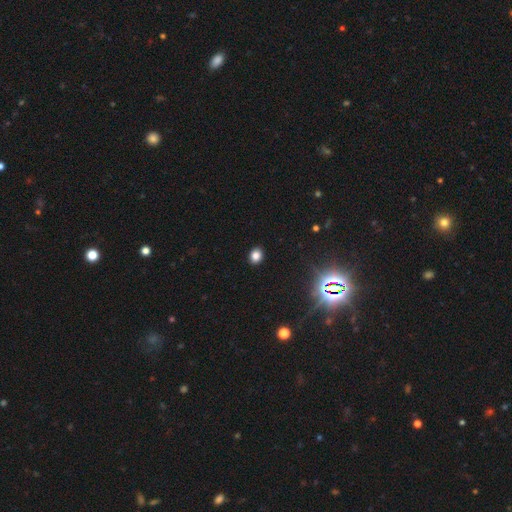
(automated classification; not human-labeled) Smooth or featured? Predicted: smooth (p=0.81). How rounded? Predicted: round (p=0.57). Merging? Predicted: none (p=0.91).